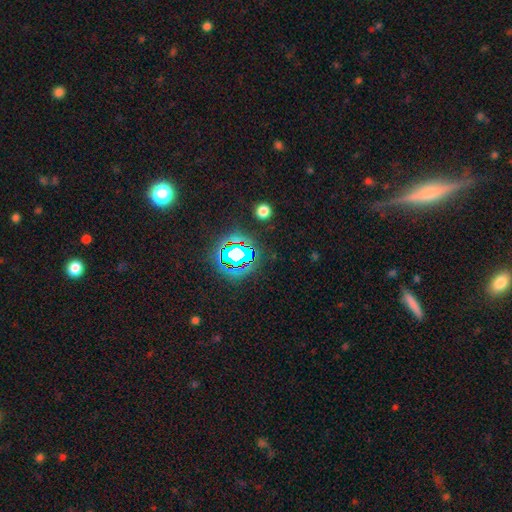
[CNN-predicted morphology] Q: Smooth or featured?
A: star or artifact (74%); runner-up: smooth (15%)